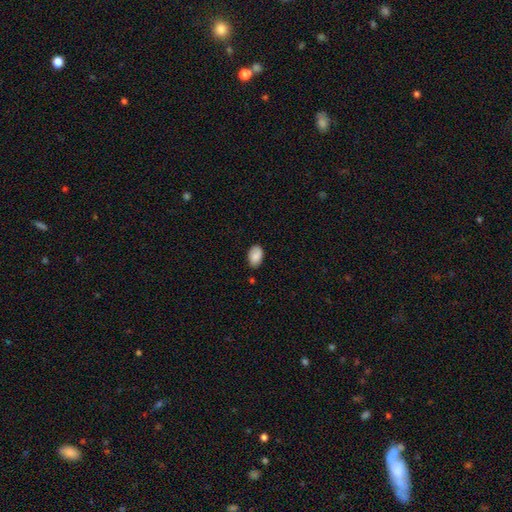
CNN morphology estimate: type=smooth (85%); roundness=in between (90%); merging=none (78%).